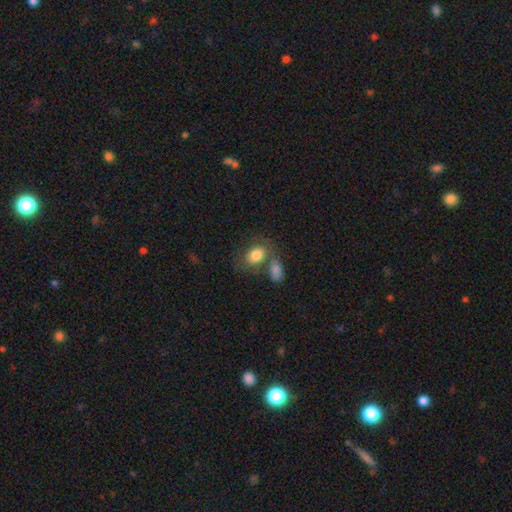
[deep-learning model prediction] This appears to be a smooth galaxy with no disk features (81%) that is in between round and cigar-shaped (77%). Merging: none (42%).